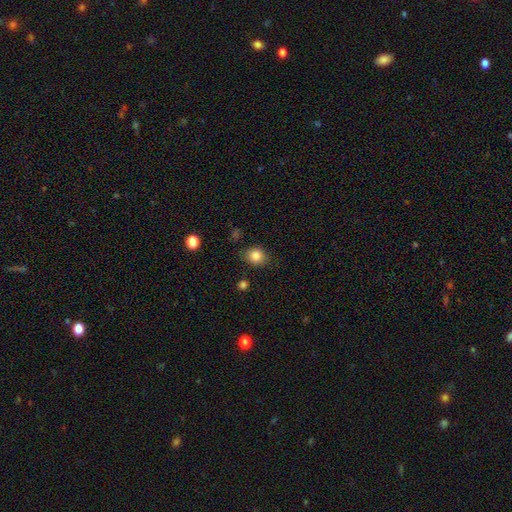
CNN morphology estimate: smooth 84%, star or artifact 10%, featured or disk 6%. Down the decision tree: how rounded — round (63%); merging — none (81%).